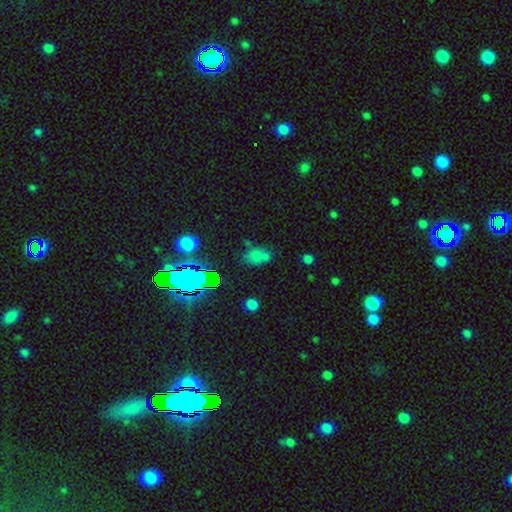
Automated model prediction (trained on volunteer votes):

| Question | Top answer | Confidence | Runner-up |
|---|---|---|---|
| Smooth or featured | smooth | 60% | star or artifact (28%) |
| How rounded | in between | 71% | round (27%) |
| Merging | none | 51% | merger (21%) |